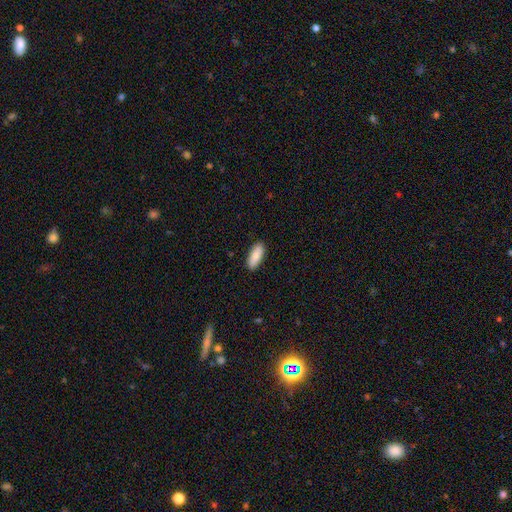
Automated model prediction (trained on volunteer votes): Morphology: type=smooth (84%); roundness=in between (75%); merging=none (89%).